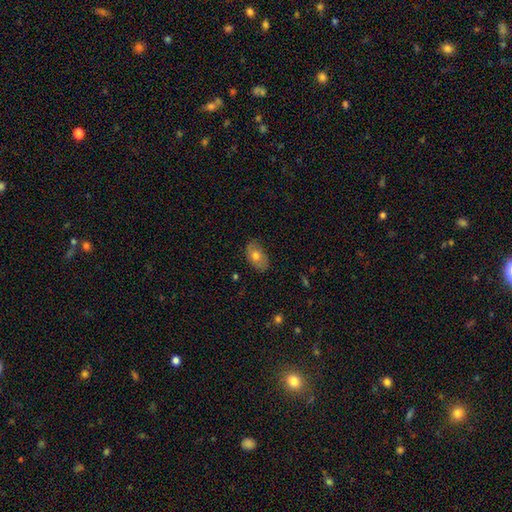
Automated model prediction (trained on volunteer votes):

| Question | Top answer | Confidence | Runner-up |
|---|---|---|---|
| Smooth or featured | smooth | 67% | featured or disk (26%) |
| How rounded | in between | 89% | round (9%) |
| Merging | none | 76% | minor disturbance (19%) |